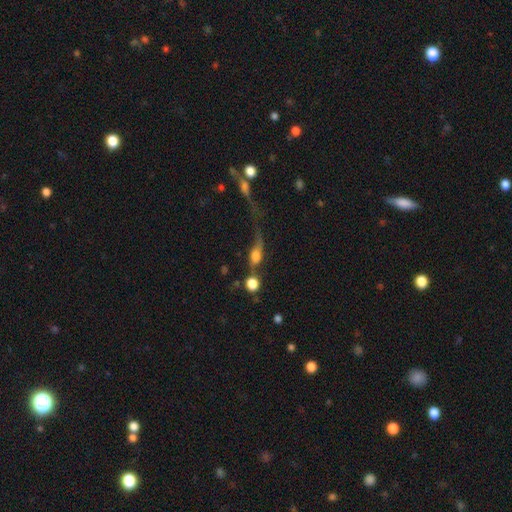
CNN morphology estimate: type=smooth (48%); merging=merger (31%).